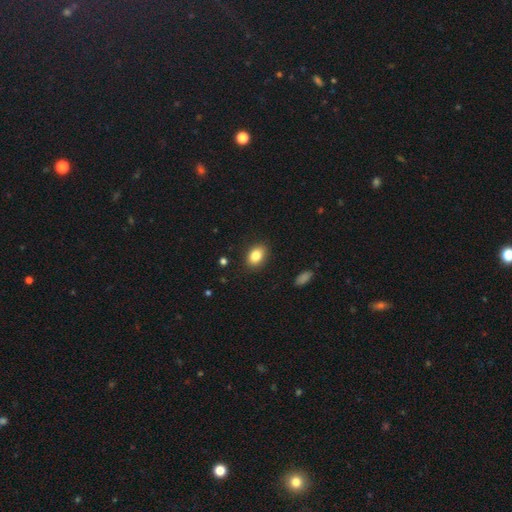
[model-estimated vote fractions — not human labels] smooth-or-featured: smooth: 83% | star or artifact: 9% | featured or disk: 8%
  how-rounded: in between: 76% | round: 22% | cigar-shaped: 1%
  merging: none: 88% | minor disturbance: 9% | major disturbance: 2% | merger: 1%